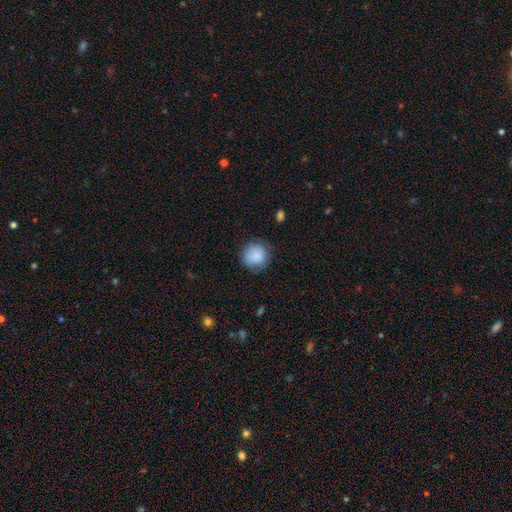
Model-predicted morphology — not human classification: This appears to be a smooth galaxy with no disk features (84%) that is round (91%). Merging: none (76%).